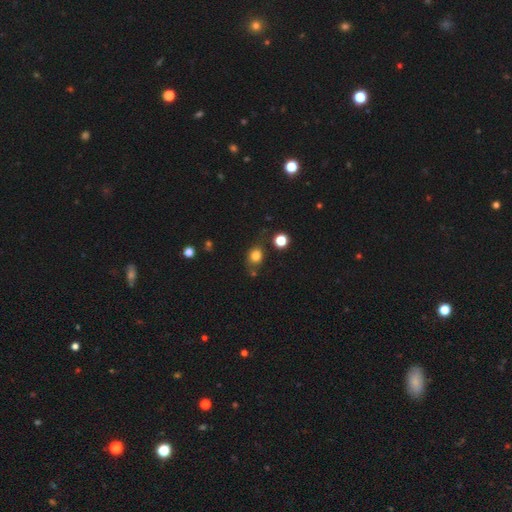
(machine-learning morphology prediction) A smooth galaxy with no disk features (80%) that is round (67%). Merging: none (70%).